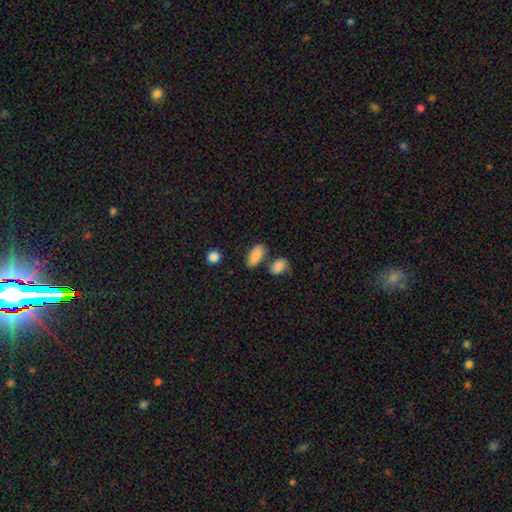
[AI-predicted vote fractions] smooth 86%, star or artifact 8%, featured or disk 7%. Down the decision tree: how rounded — in between (91%); merging — none (68%).